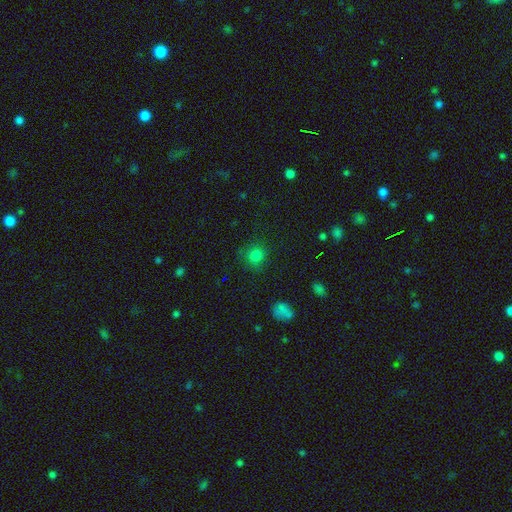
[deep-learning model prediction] smooth 80%, star or artifact 15%, featured or disk 5%. Down the decision tree: how rounded — round (90%); merging — none (83%).